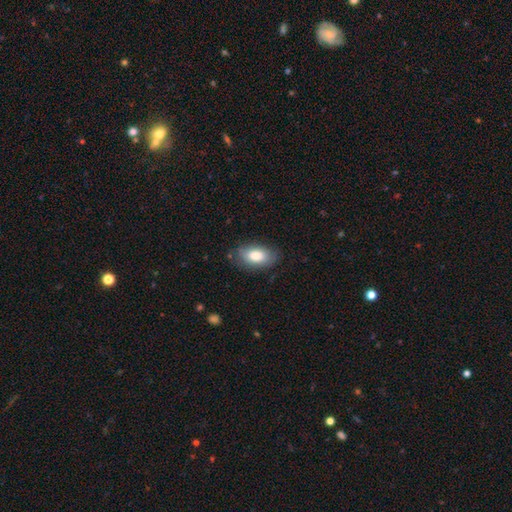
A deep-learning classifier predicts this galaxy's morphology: A smooth galaxy with no disk features (81%) that is in between round and cigar-shaped (93%). Merging: none (79%).